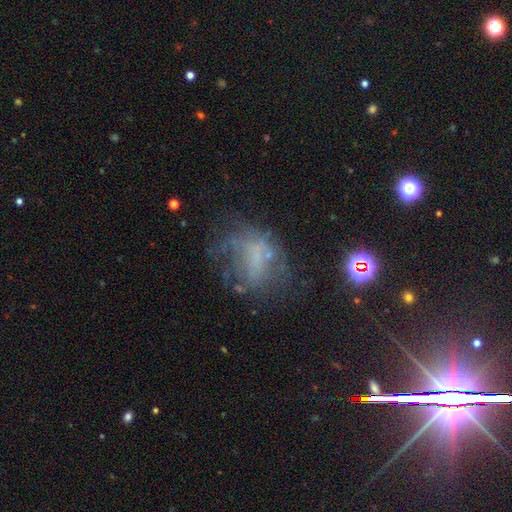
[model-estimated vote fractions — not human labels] featured or disk 44%, smooth 28%, star or artifact 28%. Down the decision tree: merging — none (42%).